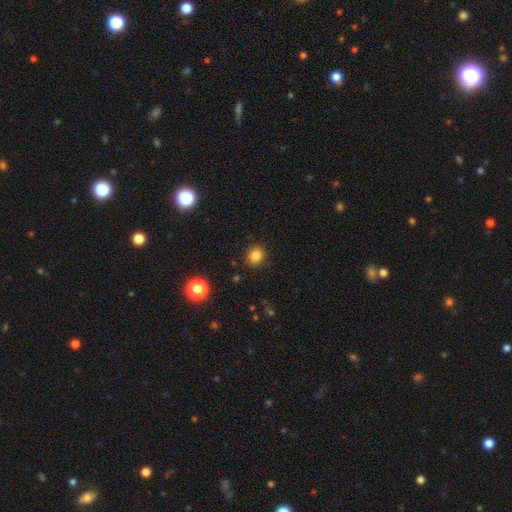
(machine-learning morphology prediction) A smooth galaxy with no disk features (82%) that is round (80%).

Vote fractions:
- Smooth or featured? smooth: 82% / star or artifact: 13% / featured or disk: 6%
- How rounded? round: 80% / in between: 19% / cigar-shaped: 1%
- Merging? none: 90% / minor disturbance: 7% / major disturbance: 2% / merger: 1%